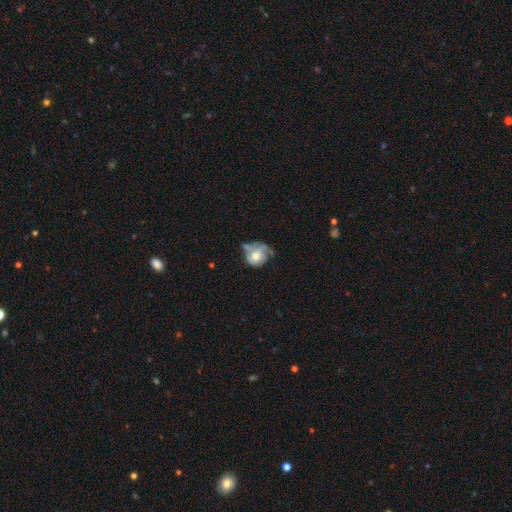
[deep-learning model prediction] A featured or disk galaxy (46%, tied with smooth).

Vote fractions:
- Smooth or featured? featured or disk: 46% (tied) / smooth: 46% (tied) / star or artifact: 8%
- Merging? none: 31% / minor disturbance: 28% / major disturbance: 24% / merger: 17%